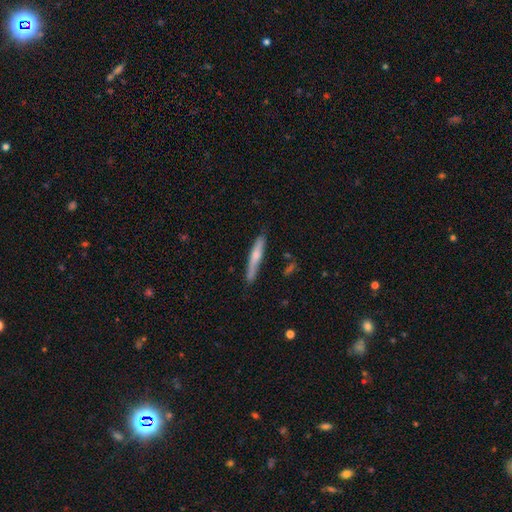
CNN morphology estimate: type=smooth (56%); roundness=cigar-shaped (93%); merging=none (77%).